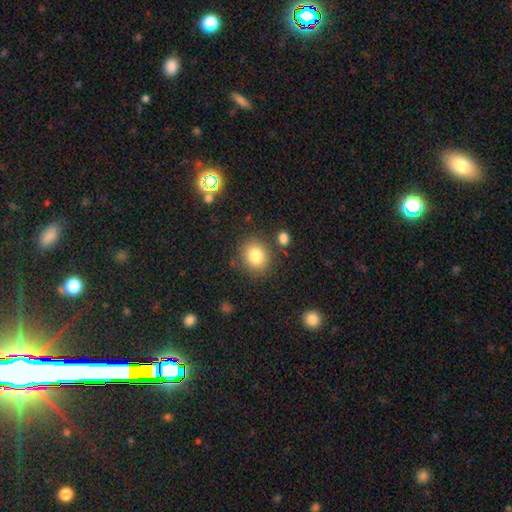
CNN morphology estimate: Smooth or featured? Predicted: smooth (p=0.82). How rounded? Predicted: round (p=0.74). Merging? Predicted: none (p=0.81).